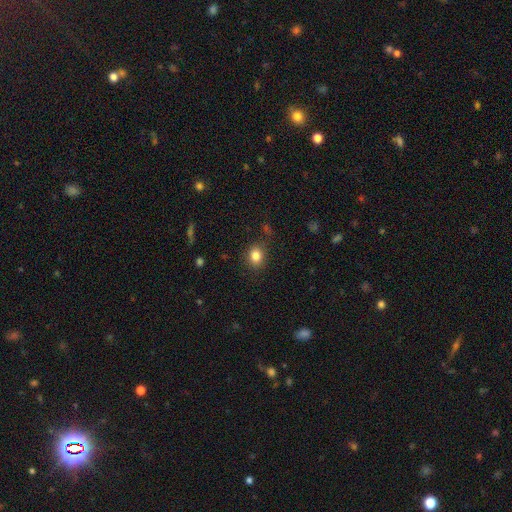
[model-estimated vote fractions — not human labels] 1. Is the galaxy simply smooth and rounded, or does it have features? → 83% smooth, 11% star or artifact, 6% featured or disk.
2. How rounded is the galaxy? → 58% round, 41% in between, 1% cigar-shaped.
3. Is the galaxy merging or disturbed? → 84% none, 11% minor disturbance, 3% major disturbance, 2% merger.